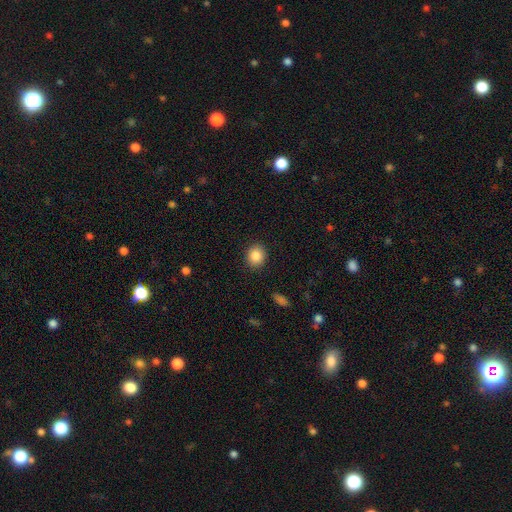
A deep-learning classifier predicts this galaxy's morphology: Q: Smooth or featured?
A: smooth (86%); runner-up: star or artifact (9%)
Q: How rounded?
A: round (76%); runner-up: in between (23%)
Q: Merging?
A: none (90%); runner-up: minor disturbance (7%)